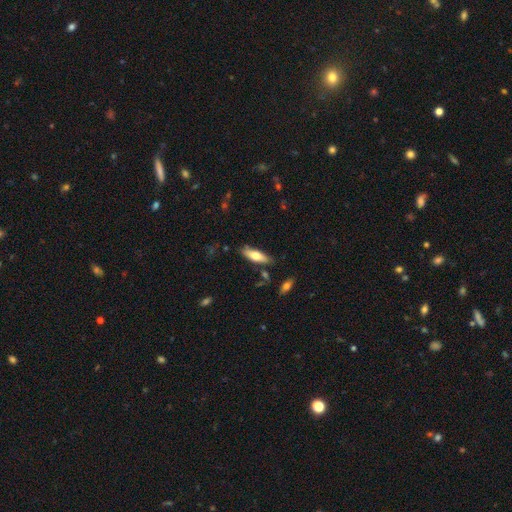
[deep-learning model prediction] smooth-or-featured: smooth: 66% | featured or disk: 29% | star or artifact: 6%
  how-rounded: in between: 53% | cigar-shaped: 45% | round: 2%
  merging: none: 81% | minor disturbance: 14% | merger: 3% | major disturbance: 3%